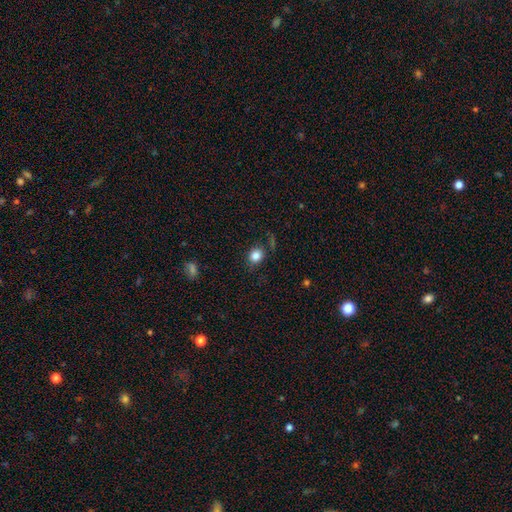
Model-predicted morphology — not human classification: Q: Smooth or featured?
A: smooth (83%); runner-up: star or artifact (11%)
Q: How rounded?
A: round (64%); runner-up: in between (35%)
Q: Merging?
A: none (78%); runner-up: minor disturbance (15%)